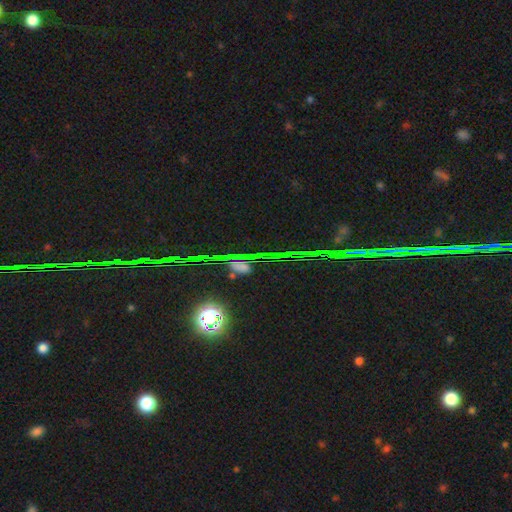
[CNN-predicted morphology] A star or artifact, not a galaxy (78%).

Vote fractions:
- Smooth or featured? star or artifact: 78% / featured or disk: 12% / smooth: 10%